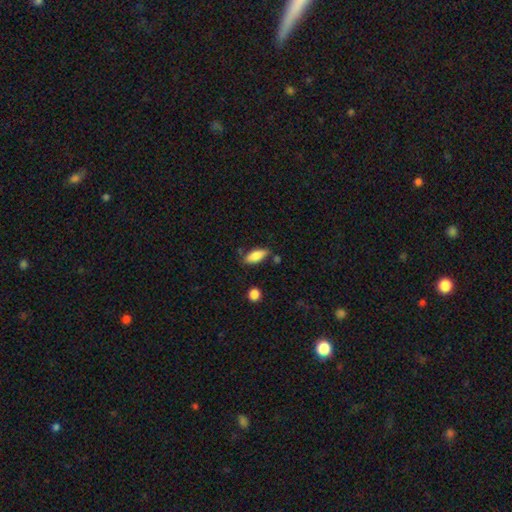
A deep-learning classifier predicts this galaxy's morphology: smooth-or-featured: smooth: 81% | featured or disk: 13% | star or artifact: 7%
  how-rounded: in between: 72% | cigar-shaped: 25% | round: 2%
  merging: none: 74% | minor disturbance: 17% | merger: 5% | major disturbance: 4%